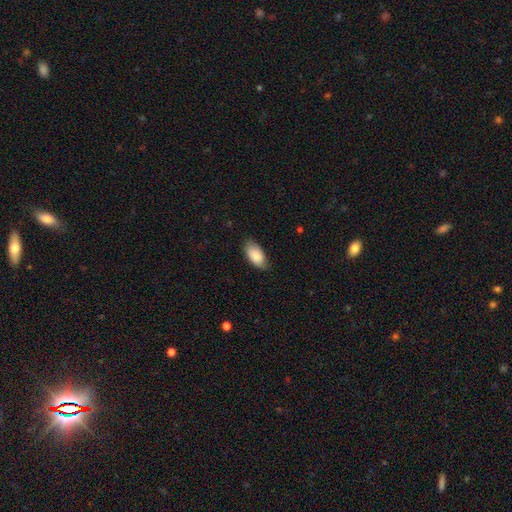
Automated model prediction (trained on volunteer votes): Smooth or featured: smooth — 88% (featured or disk — 7%)
How rounded: in between — 94% (cigar-shaped — 4%)
Merging: none — 77% (minor disturbance — 19%)